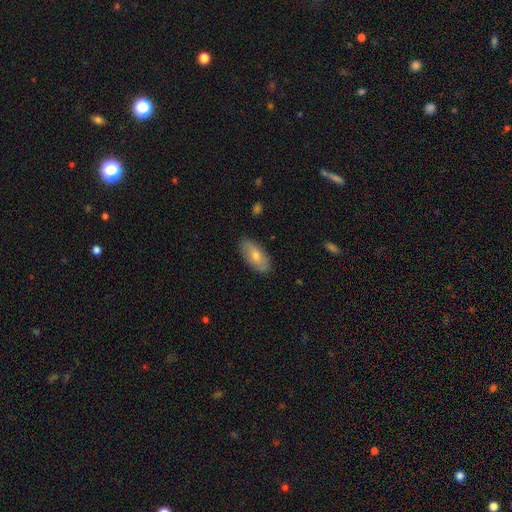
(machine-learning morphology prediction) Q: Smooth or featured?
A: smooth (66%); runner-up: featured or disk (26%)
Q: How rounded?
A: in between (89%); runner-up: cigar-shaped (8%)
Q: Merging?
A: none (86%); runner-up: minor disturbance (11%)